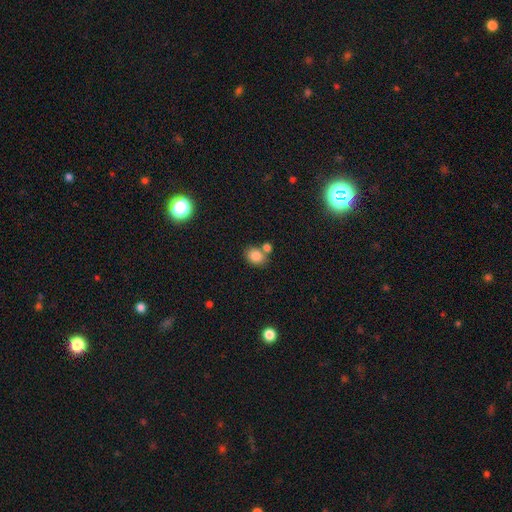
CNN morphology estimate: Q: Smooth or featured?
A: smooth (83%); runner-up: star or artifact (10%)
Q: How rounded?
A: in between (52%); runner-up: round (47%)
Q: Merging?
A: none (59%); runner-up: merger (25%)